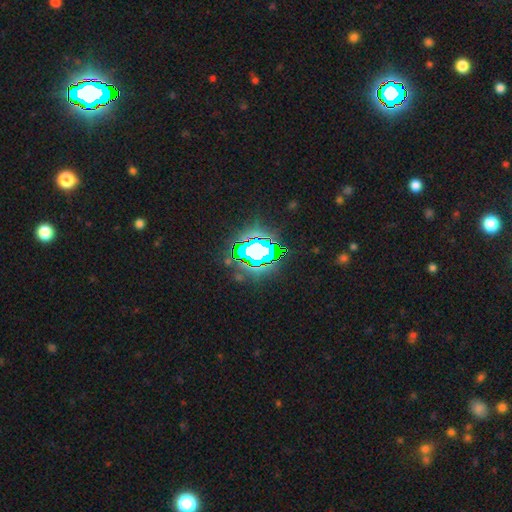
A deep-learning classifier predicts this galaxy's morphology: Smooth or featured? Predicted: star or artifact (p=0.76).